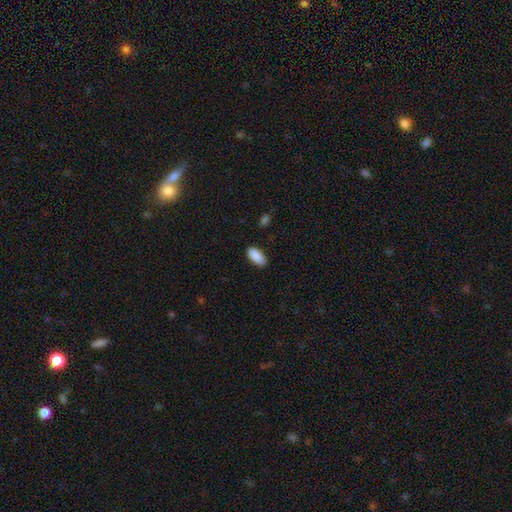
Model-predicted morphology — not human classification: Overall: smooth (90%). How rounded: in between (91%). Merging: none (87%).